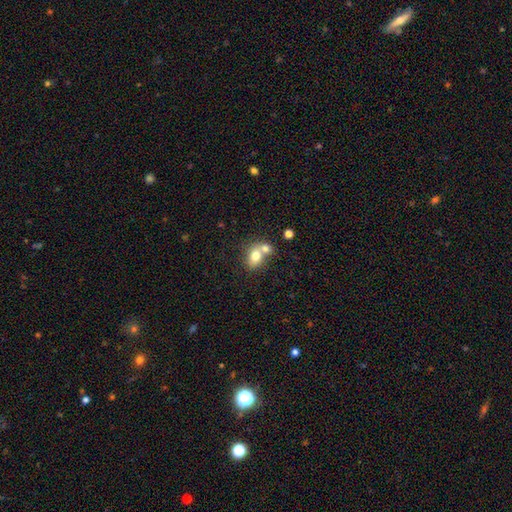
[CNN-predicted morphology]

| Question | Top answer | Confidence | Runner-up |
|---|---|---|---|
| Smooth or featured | smooth | 74% | featured or disk (17%) |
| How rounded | in between | 63% | round (35%) |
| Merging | merger | 55% | none (32%) |